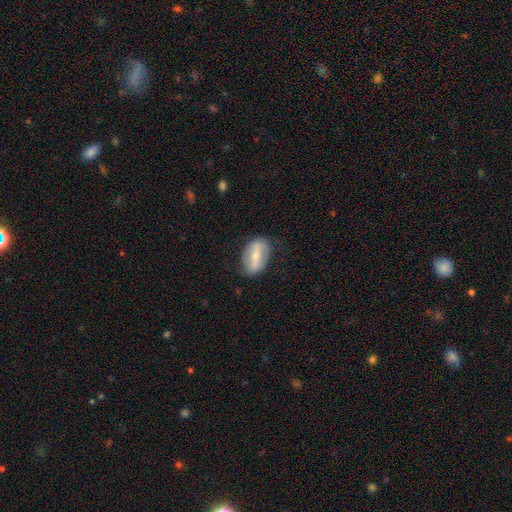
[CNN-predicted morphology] smooth_or_featured: featured or disk (p=0.50) [alt: smooth p=0.43]
disk_edge_on: no (p=0.87) [alt: yes p=0.13]
merging: none (p=0.75) [alt: minor disturbance p=0.18]